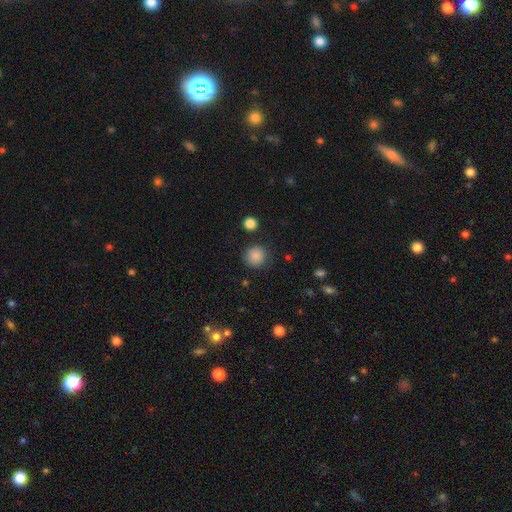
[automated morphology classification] Smooth or featured?
  - smooth: 86% *
  - star or artifact: 10%
  - featured or disk: 4%
How rounded?
  - round: 93% *
  - in between: 6%
  - cigar-shaped: 1%
Merging?
  - none: 87% *
  - minor disturbance: 8%
  - major disturbance: 3%
  - merger: 2%